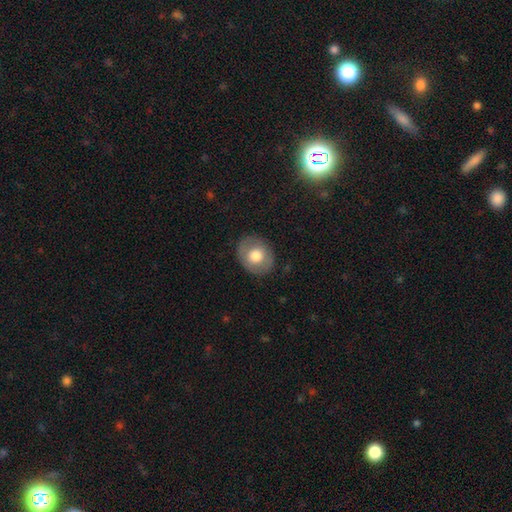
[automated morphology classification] Smooth or featured?
  - smooth: 67% *
  - featured or disk: 26%
  - star or artifact: 7%
How rounded?
  - round: 62% *
  - in between: 37%
  - cigar-shaped: 1%
Merging?
  - none: 85% *
  - minor disturbance: 10%
  - major disturbance: 3%
  - merger: 1%